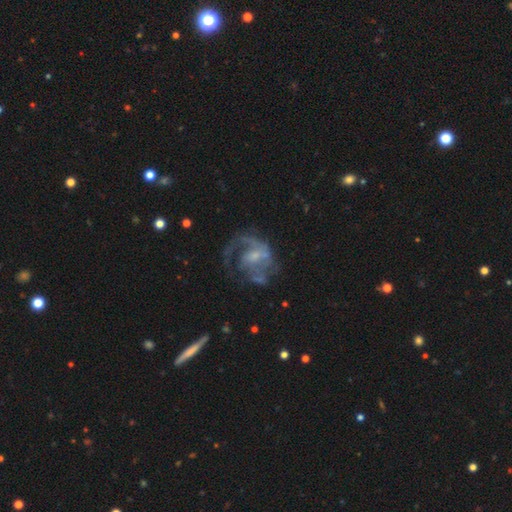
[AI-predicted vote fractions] Morphology: type=featured or disk (81%); edge-on=no (98%); bar=no (48%); spiral arms=yes (84%); winding=medium (46%); arm count=1 (39%); bulge=small (48%); merging=none (47%).